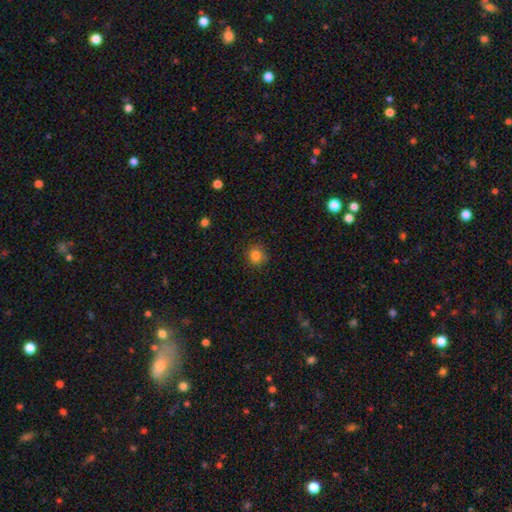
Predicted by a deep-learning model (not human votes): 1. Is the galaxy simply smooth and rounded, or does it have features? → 83% smooth, 12% star or artifact, 5% featured or disk.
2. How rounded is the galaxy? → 85% round, 14% in between, 1% cigar-shaped.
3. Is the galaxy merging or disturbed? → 85% none, 11% minor disturbance, 3% major disturbance, 1% merger.